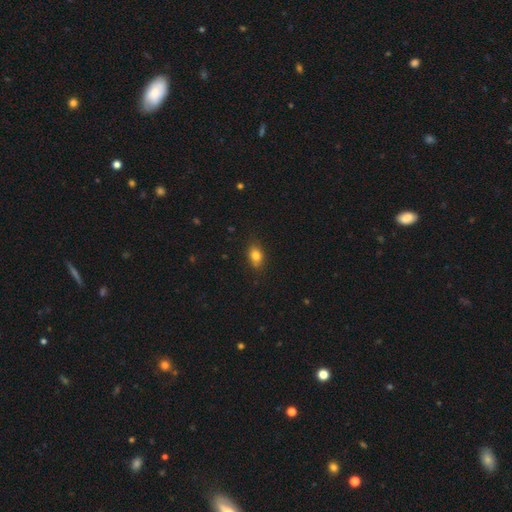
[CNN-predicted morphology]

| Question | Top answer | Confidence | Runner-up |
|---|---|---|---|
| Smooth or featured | smooth | 80% | star or artifact (10%) |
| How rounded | in between | 74% | round (23%) |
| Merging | none | 79% | minor disturbance (16%) |